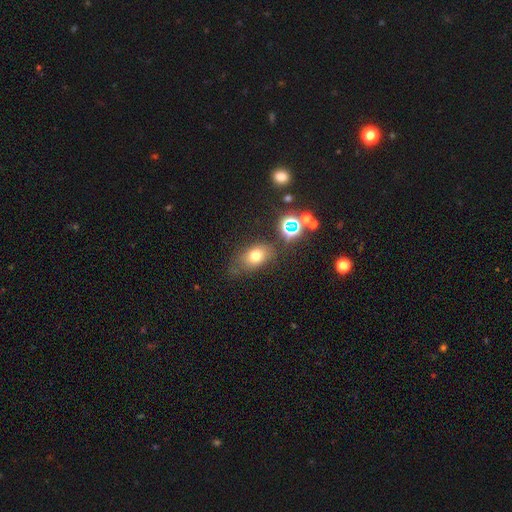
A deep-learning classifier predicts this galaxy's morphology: smooth_or_featured: smooth (p=0.68) [alt: star or artifact p=0.19]
how_rounded: in between (p=0.70) [alt: round p=0.28]
merging: none (p=0.65) [alt: minor disturbance p=0.21]